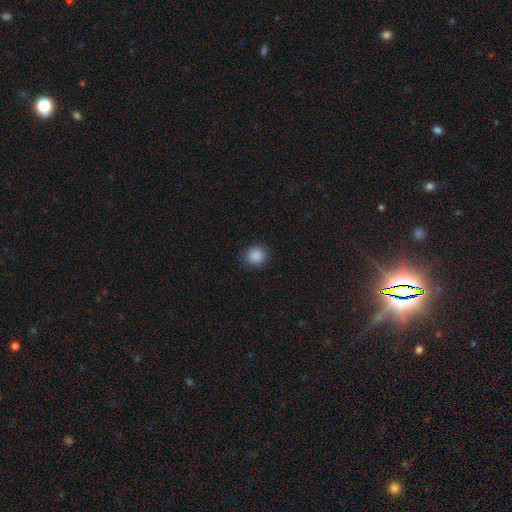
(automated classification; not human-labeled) This appears to be a smooth galaxy with no disk features (88%) that is round (90%). Merging: none (89%).